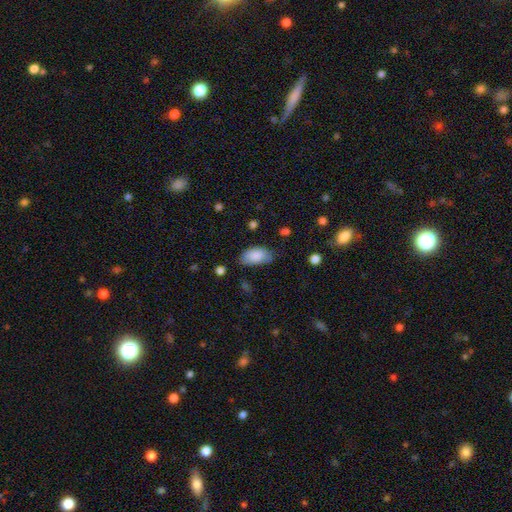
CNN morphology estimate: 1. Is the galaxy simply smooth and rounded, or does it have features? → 87% smooth, 6% star or artifact, 6% featured or disk.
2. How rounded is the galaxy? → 95% in between, 3% round, 2% cigar-shaped.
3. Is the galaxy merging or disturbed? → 67% none, 26% minor disturbance, 5% major disturbance, 2% merger.